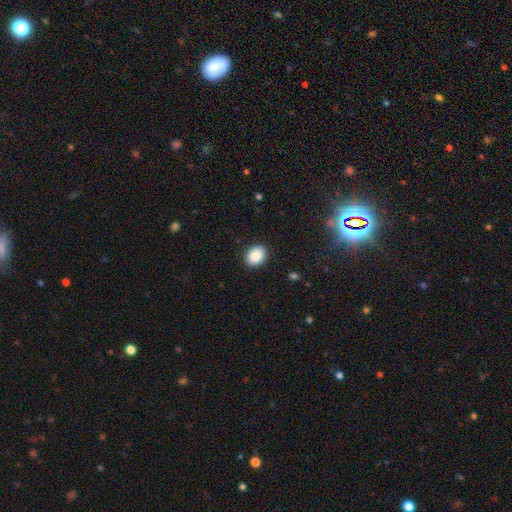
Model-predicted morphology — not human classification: smooth 89%, star or artifact 8%, featured or disk 4%. Down the decision tree: how rounded — in between (63%); merging — none (90%).